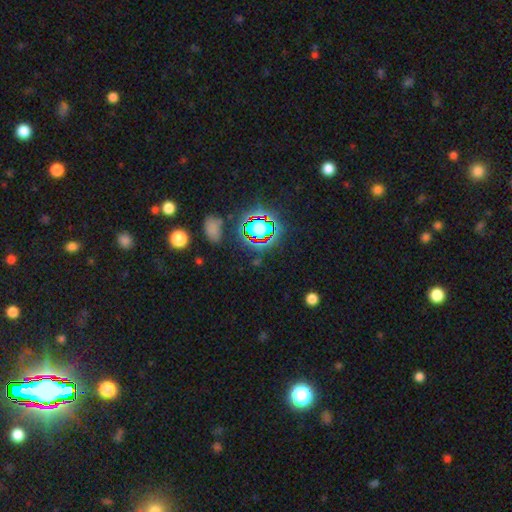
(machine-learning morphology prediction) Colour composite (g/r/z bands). It shows a star or artifact, not a galaxy (76%).